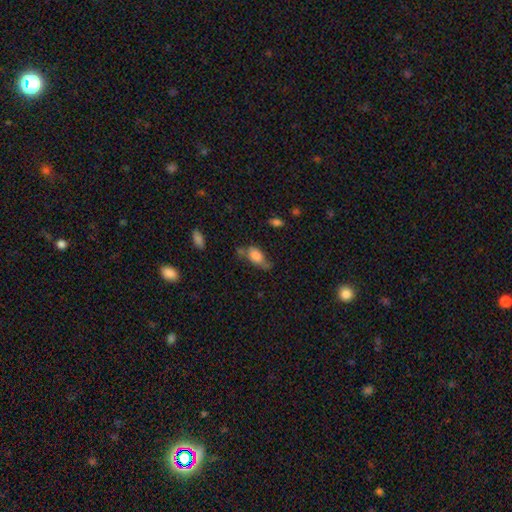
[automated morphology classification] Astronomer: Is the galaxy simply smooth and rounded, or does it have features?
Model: smooth — 74%.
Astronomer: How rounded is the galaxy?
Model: in between — 86%.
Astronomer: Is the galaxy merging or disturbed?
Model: none — 41% (runner-up: minor disturbance, 34%).